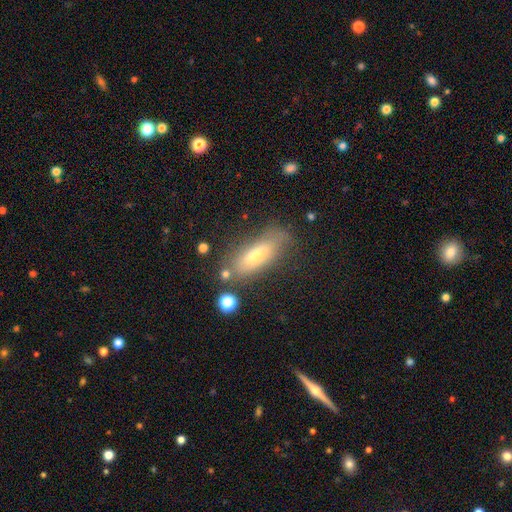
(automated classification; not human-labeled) Q: Smooth or featured?
A: smooth (64%); runner-up: featured or disk (27%)
Q: How rounded?
A: in between (59%); runner-up: cigar-shaped (39%)
Q: Merging?
A: none (69%); runner-up: minor disturbance (18%)